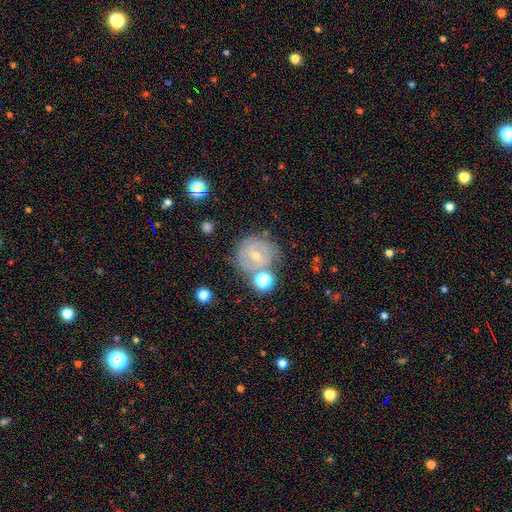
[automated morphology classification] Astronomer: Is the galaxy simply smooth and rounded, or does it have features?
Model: featured or disk — 58%.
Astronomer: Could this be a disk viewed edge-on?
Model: no — 97%.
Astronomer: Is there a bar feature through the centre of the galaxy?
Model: no — 48% (runner-up: weak, 38%).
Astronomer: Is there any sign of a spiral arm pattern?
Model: yes — 65%.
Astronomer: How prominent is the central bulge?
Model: small — 56% (runner-up: moderate, 40%).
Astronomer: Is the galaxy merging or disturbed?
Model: none — 58%.